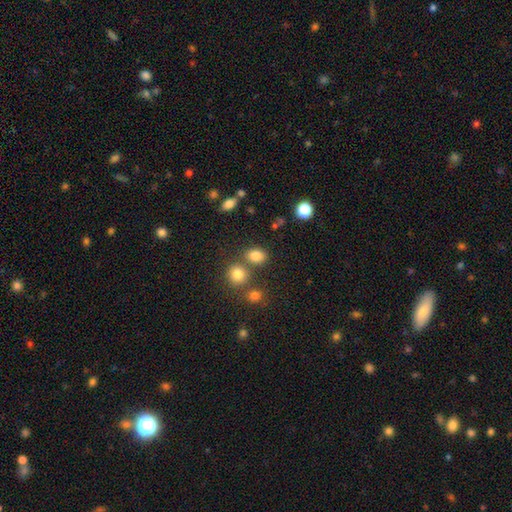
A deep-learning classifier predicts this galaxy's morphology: Smooth or featured? smooth (81%)
How rounded? in between (63%)
Merging? none (69%)